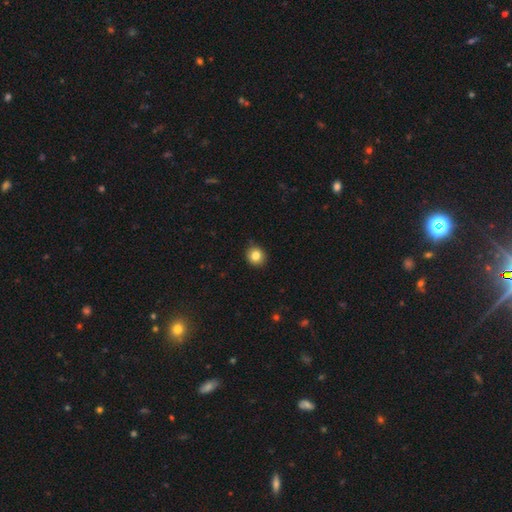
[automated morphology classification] Smooth or featured?
  - smooth: 83% *
  - star or artifact: 10%
  - featured or disk: 7%
How rounded?
  - round: 84% *
  - in between: 15%
  - cigar-shaped: 1%
Merging?
  - none: 90% *
  - minor disturbance: 8%
  - major disturbance: 2%
  - merger: 1%